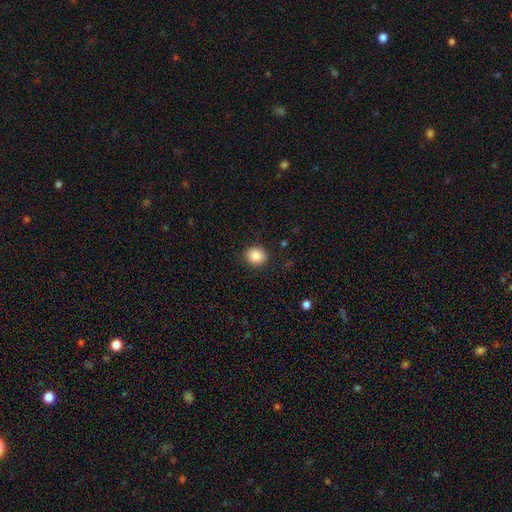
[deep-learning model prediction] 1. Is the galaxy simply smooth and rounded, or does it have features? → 87% smooth, 9% star or artifact, 4% featured or disk.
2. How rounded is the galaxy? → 79% round, 20% in between, 1% cigar-shaped.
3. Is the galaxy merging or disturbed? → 89% none, 8% minor disturbance, 3% major disturbance, 1% merger.